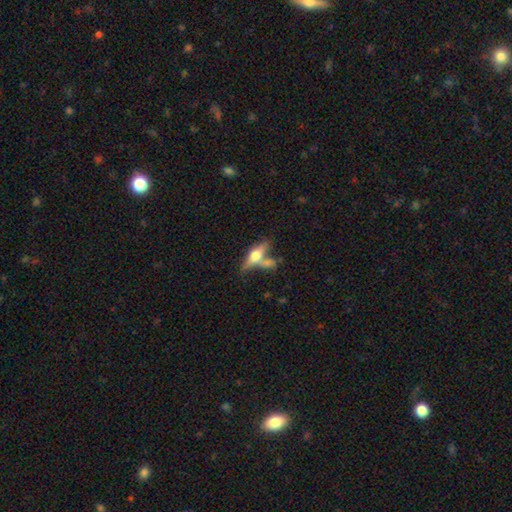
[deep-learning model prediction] smooth_or_featured: featured or disk (p=0.47) [alt: smooth p=0.46]
merging: none (p=0.42) [alt: merger p=0.37]